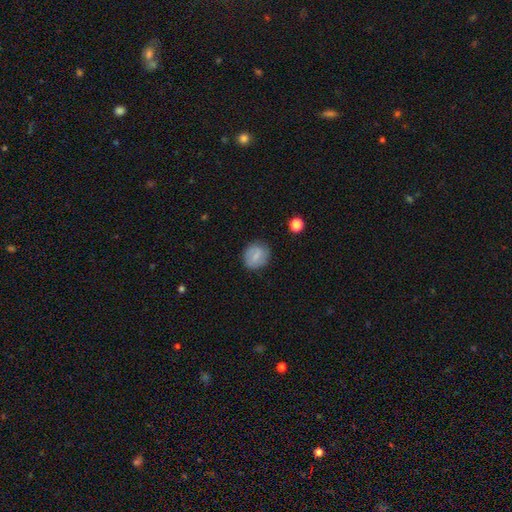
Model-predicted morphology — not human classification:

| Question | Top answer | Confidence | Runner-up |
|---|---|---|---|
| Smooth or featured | smooth | 70% | featured or disk (23%) |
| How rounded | round | 71% | in between (28%) |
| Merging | none | 83% | minor disturbance (12%) |